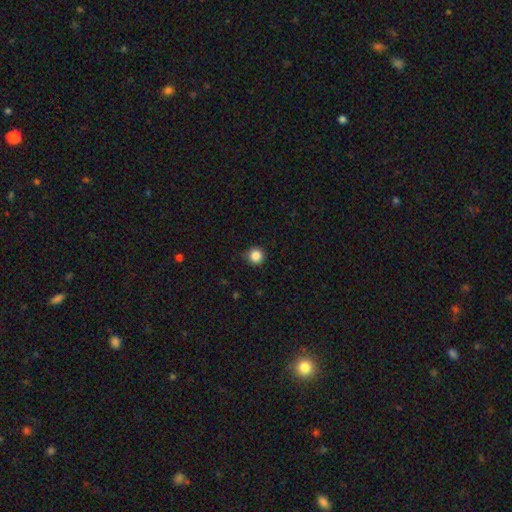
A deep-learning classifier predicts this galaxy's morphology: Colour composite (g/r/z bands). It shows a smooth galaxy with no disk features (86%) that is round (95%). Merging: none (86%).